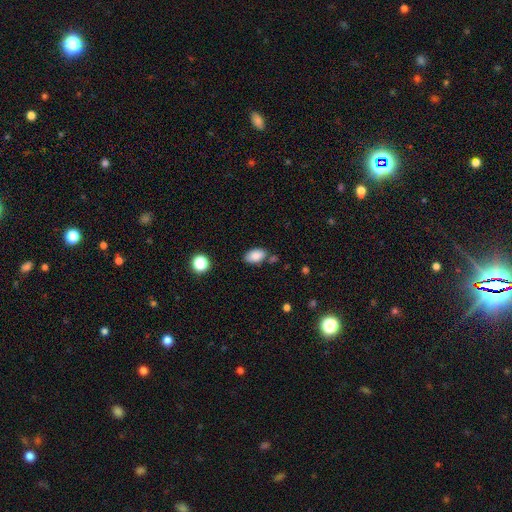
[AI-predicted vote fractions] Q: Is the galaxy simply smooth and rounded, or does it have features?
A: smooth — 84%.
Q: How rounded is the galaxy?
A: in between — 91%.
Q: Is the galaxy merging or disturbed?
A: none — 74%.